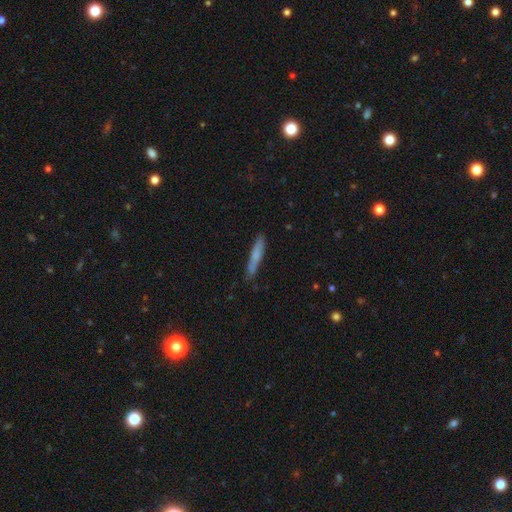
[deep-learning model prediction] smooth-or-featured: smooth: 68% | featured or disk: 26% | star or artifact: 7%
  how-rounded: cigar-shaped: 93% | in between: 6% | round: 1%
  merging: none: 83% | minor disturbance: 13% | major disturbance: 2% | merger: 2%